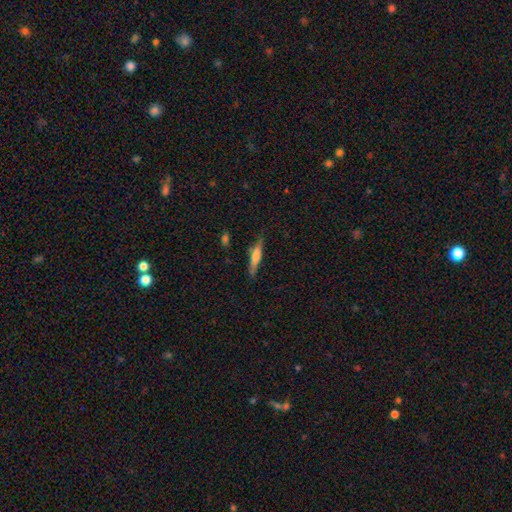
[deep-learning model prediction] Q: Smooth or featured?
A: smooth (55%); runner-up: featured or disk (38%)
Q: How rounded?
A: cigar-shaped (86%); runner-up: in between (13%)
Q: Merging?
A: none (82%); runner-up: minor disturbance (14%)